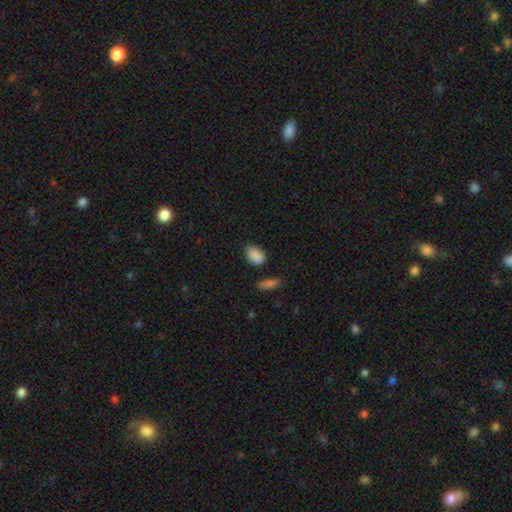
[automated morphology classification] A smooth galaxy with no disk features (88%) that is in between round and cigar-shaped (85%). Merging: none (77%).